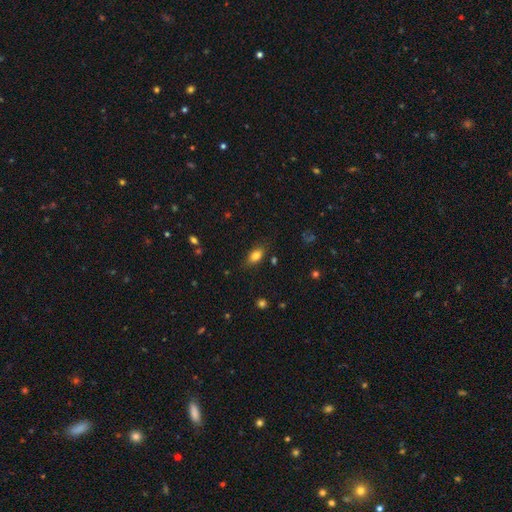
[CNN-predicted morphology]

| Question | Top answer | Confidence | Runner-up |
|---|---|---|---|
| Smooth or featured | smooth | 82% | featured or disk (9%) |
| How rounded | in between | 86% | round (8%) |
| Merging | none | 80% | minor disturbance (14%) |